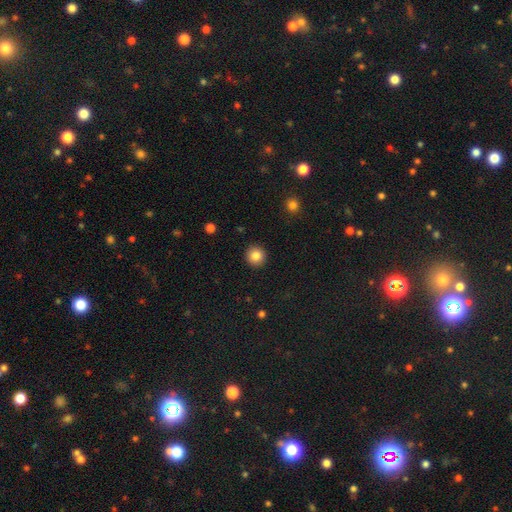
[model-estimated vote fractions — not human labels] A smooth galaxy with no disk features (84%) that is round (94%). Merging: none (93%).